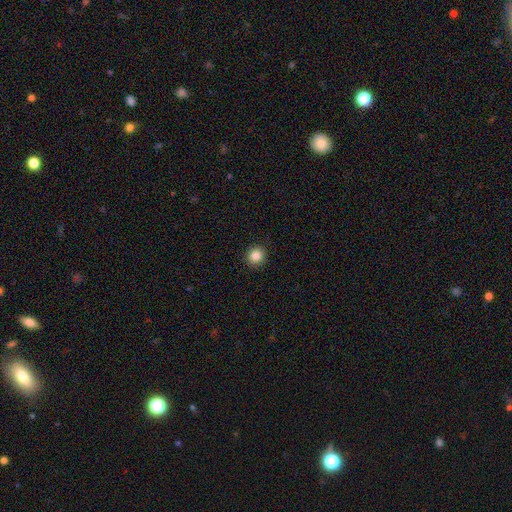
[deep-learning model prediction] The model was most divided on "smooth or featured": smooth: 85%, star or artifact: 10%, featured or disk: 5%. More confident: merging — none (92%); how rounded — round (90%).